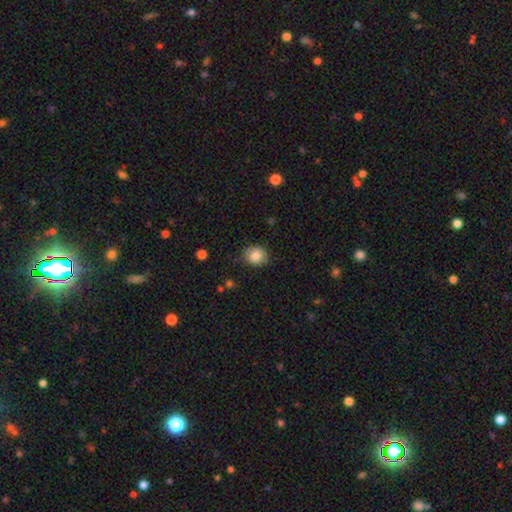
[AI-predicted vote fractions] Smooth or featured? smooth (84%)
How rounded? round (74%)
Merging? none (80%)